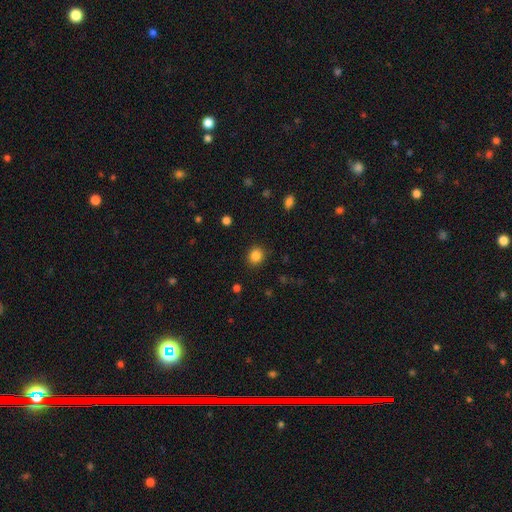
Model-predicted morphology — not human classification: Smooth or featured? Predicted: smooth (p=0.85). How rounded? Predicted: round (p=0.83). Merging? Predicted: none (p=0.90).